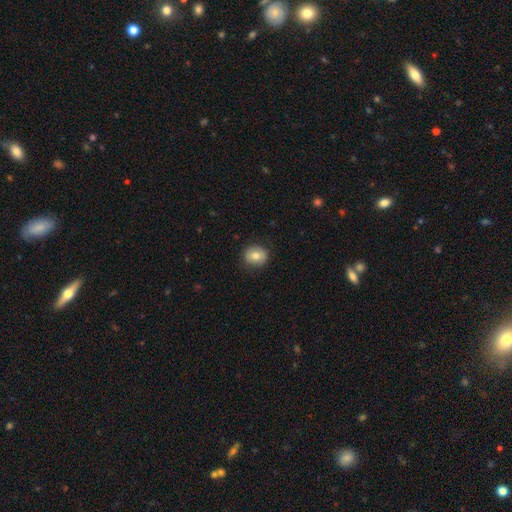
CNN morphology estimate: Smooth or featured? smooth (77%)
How rounded? round (69%)
Merging? none (86%)